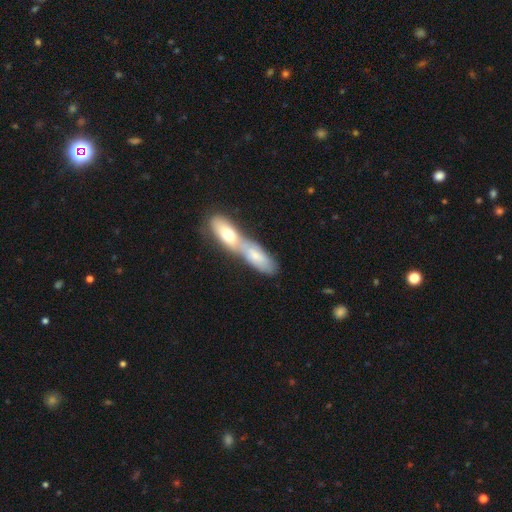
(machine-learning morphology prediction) A smooth galaxy with no disk features (66%) that is in between round and cigar-shaped (61%). Merging: merger (67%).